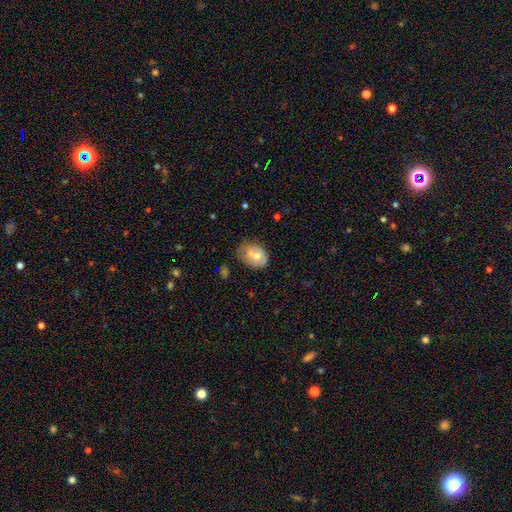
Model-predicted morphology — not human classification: This appears to be a smooth galaxy with no disk features (60%) that is in between round and cigar-shaped (64%). Merging: none (37%).